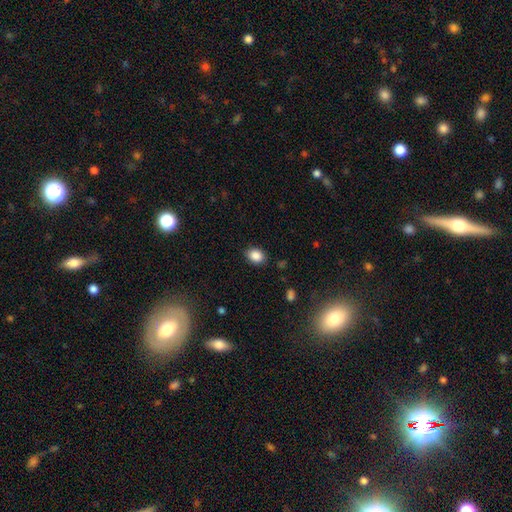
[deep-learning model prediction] This is clearly a smooth galaxy (88%). How rounded: likely in between (61%). Merging: clearly none (86%).